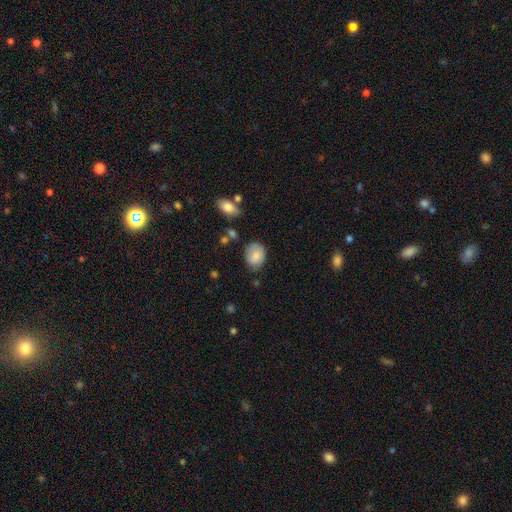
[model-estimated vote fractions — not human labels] Q: Smooth or featured?
A: smooth (79%); runner-up: featured or disk (14%)
Q: How rounded?
A: in between (61%); runner-up: round (38%)
Q: Merging?
A: none (64%); runner-up: minor disturbance (27%)